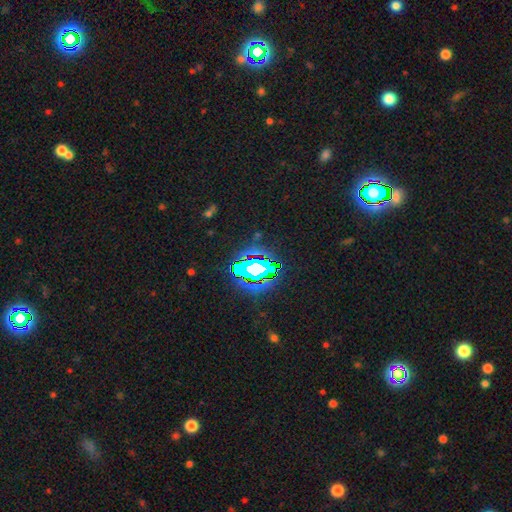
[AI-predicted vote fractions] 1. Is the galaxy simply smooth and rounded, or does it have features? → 76% star or artifact, 13% smooth, 11% featured or disk.